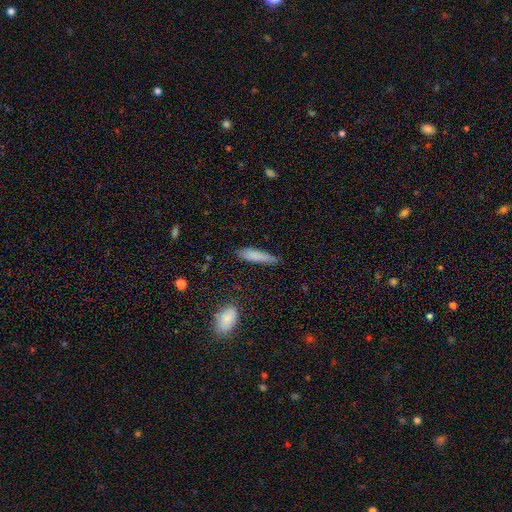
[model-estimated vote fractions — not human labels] This is clearly a smooth galaxy (81%). How rounded: likely cigar-shaped (78%). Merging: likely none (72%).